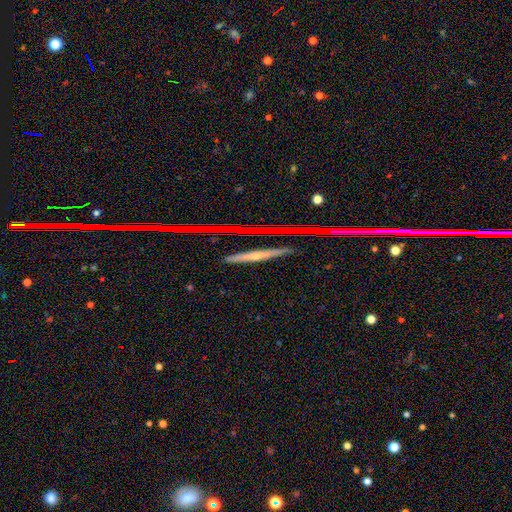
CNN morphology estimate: smooth_or_featured: featured or disk (p=0.62) [alt: smooth p=0.21]
disk_edge_on: yes (p=0.96) [alt: no p=0.04]
edge_on_bulge: rounded (p=0.63) [alt: none p=0.30]
merging: none (p=0.88) [alt: minor disturbance p=0.08]